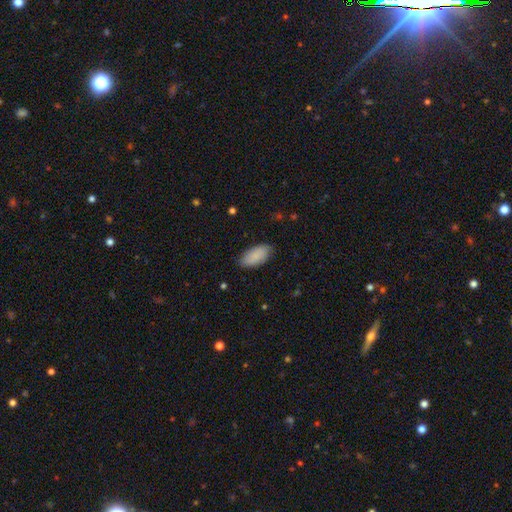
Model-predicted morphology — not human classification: smooth_or_featured: smooth (p=0.87) [alt: featured or disk p=0.07]
how_rounded: in between (p=0.93) [alt: cigar-shaped p=0.05]
merging: none (p=0.83) [alt: minor disturbance p=0.14]